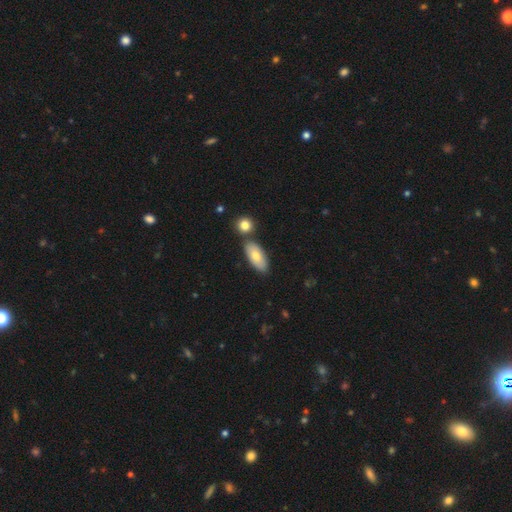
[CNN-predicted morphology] This appears to be a smooth galaxy with no disk features (74%) that is in between round and cigar-shaped (86%). Merging: none (71%).